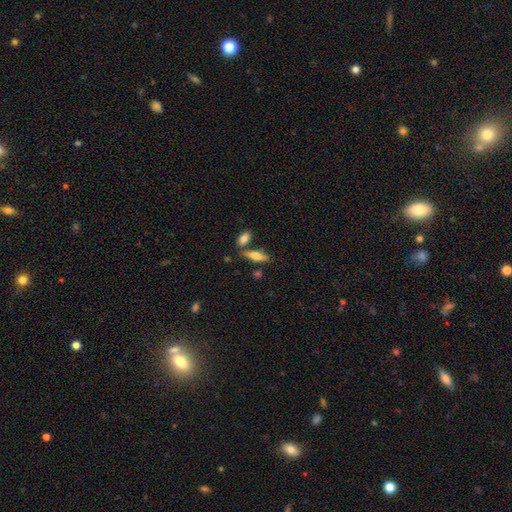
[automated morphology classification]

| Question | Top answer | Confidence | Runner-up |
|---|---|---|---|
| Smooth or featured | smooth | 69% | featured or disk (24%) |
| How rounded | in between | 49% | cigar-shaped (48%) |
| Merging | none | 65% | merger (19%) |